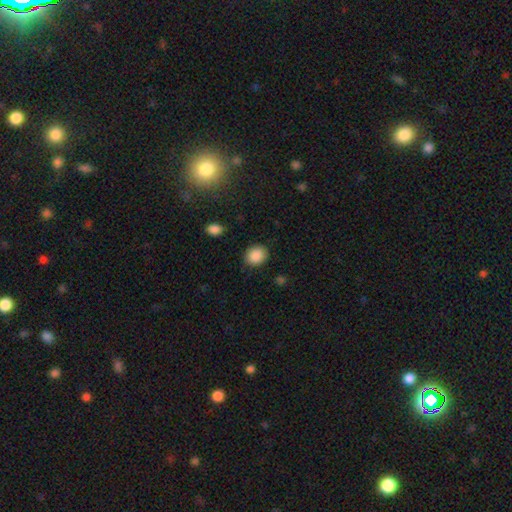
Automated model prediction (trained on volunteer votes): A smooth galaxy with no disk features (89%) that is round (66%). Merging: none (88%).